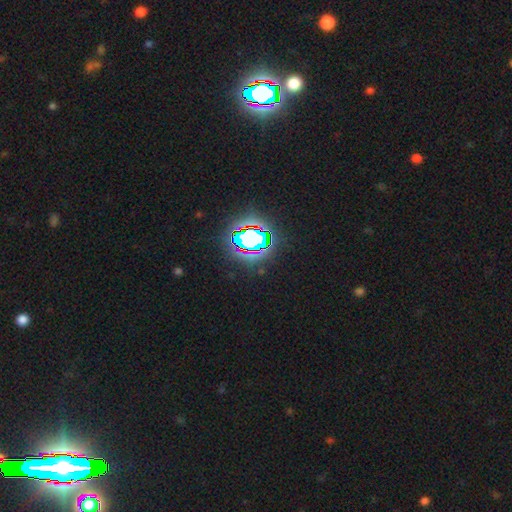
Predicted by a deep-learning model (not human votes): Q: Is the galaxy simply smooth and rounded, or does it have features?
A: star or artifact — 82%.